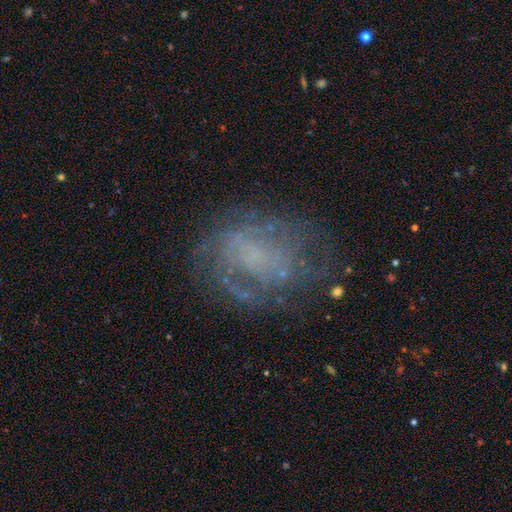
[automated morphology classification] This is likely a featured or disk galaxy (64%). It is clearly not viewed edge-on (97%). Bar: likely no (79%). Spiral arm pattern: possibly yes (58%). Central bulge: likely none (66%). Merging: possibly none (59%).